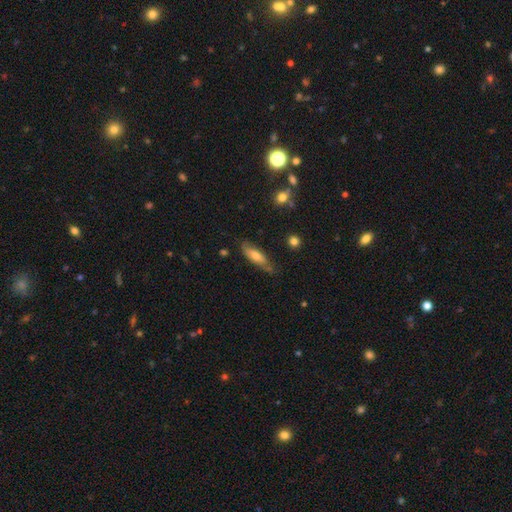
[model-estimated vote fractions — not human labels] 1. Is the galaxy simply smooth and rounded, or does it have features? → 57% smooth, 37% featured or disk, 7% star or artifact.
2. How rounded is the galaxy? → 55% in between, 43% cigar-shaped, 2% round.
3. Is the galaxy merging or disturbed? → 62% none, 27% minor disturbance, 8% major disturbance, 3% merger.